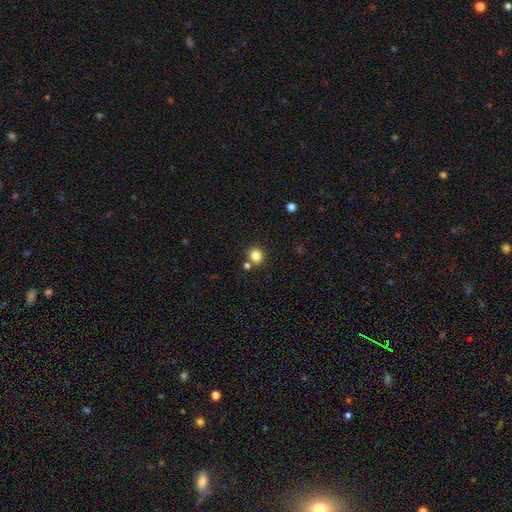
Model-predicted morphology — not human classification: A smooth galaxy with no disk features (82%) that is round (86%). Merging: none (76%).